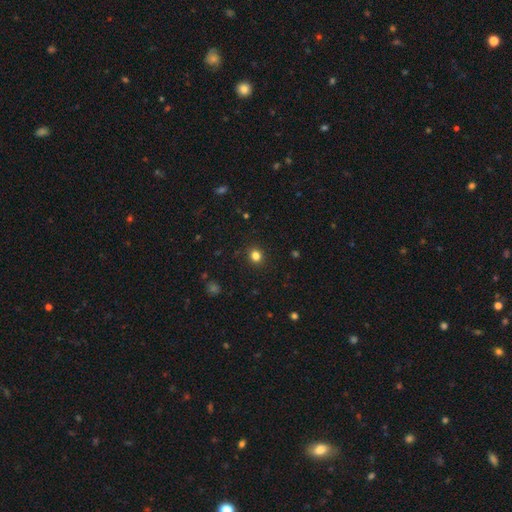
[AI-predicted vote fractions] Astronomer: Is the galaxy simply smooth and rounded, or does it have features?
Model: smooth — 81%.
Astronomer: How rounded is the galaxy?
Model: round — 84%.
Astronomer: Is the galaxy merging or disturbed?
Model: none — 90%.